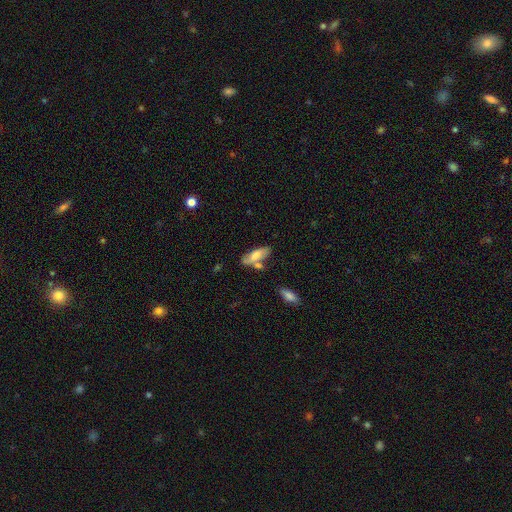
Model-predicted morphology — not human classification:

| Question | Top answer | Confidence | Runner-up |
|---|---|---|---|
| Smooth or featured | smooth | 65% | featured or disk (28%) |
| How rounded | in between | 70% | cigar-shaped (28%) |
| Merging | none | 55% | minor disturbance (20%) |